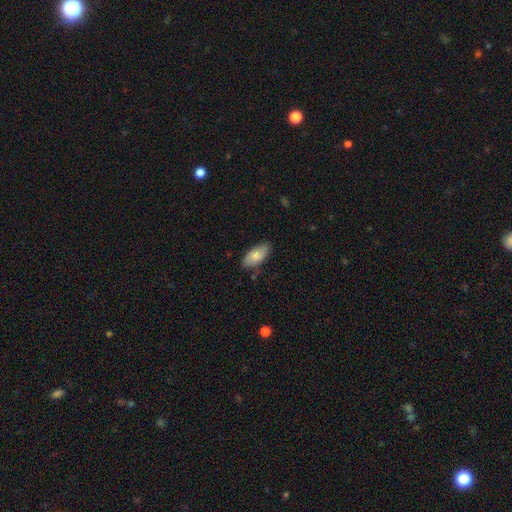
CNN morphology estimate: Overall: smooth (80%). How rounded: in between (90%). Merging: none (79%).